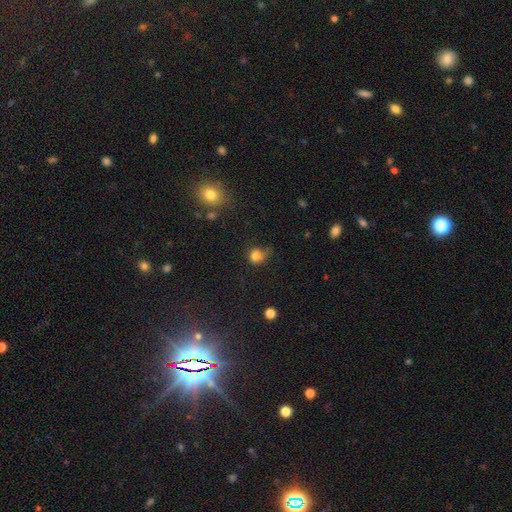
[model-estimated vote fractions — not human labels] The model was most divided on "merging": none: 42%, minor disturbance: 30%, major disturbance: 20%, merger: 8%. More confident: smooth or featured — smooth (77%); how rounded — round (69%).